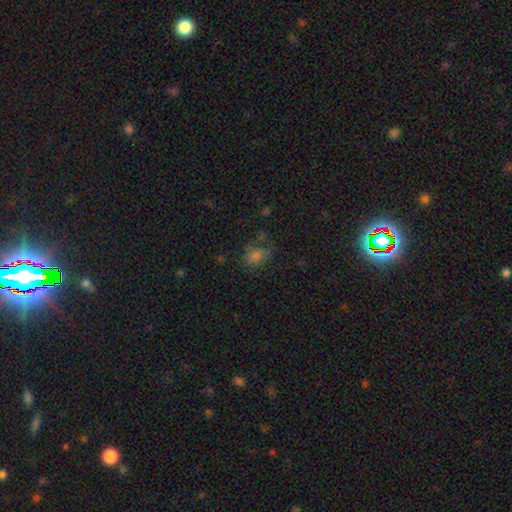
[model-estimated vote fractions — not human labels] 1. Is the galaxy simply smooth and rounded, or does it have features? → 71% smooth, 19% star or artifact, 10% featured or disk.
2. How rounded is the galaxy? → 63% in between, 35% round, 2% cigar-shaped.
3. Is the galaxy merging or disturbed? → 51% none, 25% minor disturbance, 16% major disturbance, 7% merger.